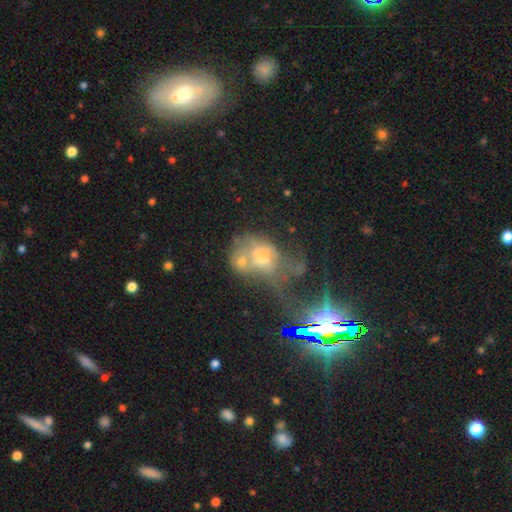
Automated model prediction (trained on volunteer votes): This is marginally a featured or disk galaxy (38%). Merging: possibly merger (46%).